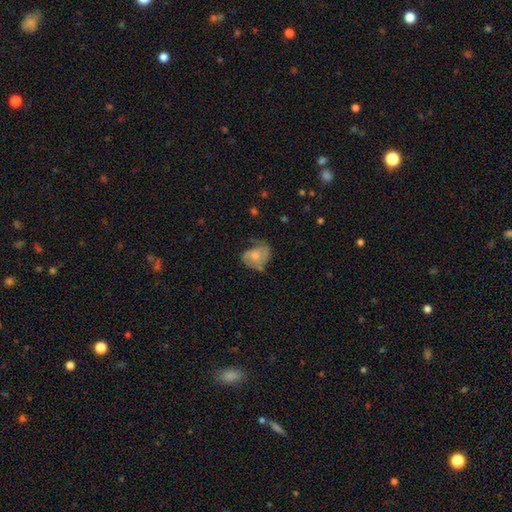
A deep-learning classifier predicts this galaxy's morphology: A smooth galaxy with no disk features (49%). Merging: none (43%).